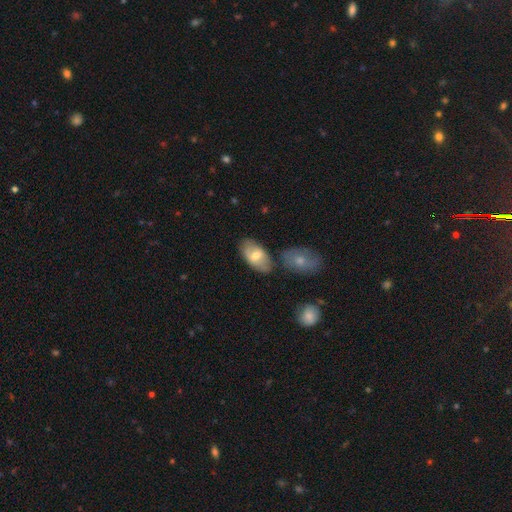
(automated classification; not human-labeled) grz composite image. It shows a smooth galaxy with no disk features (60%) that is in between round and cigar-shaped (93%). Merging: none (72%).